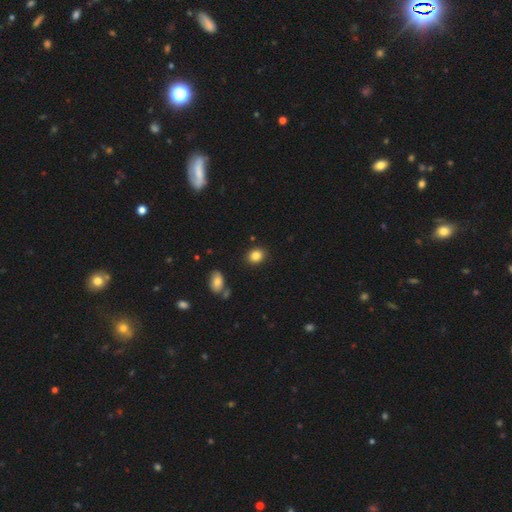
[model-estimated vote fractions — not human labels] smooth 85%, star or artifact 10%, featured or disk 5%. Down the decision tree: how rounded — round (57%); merging — none (88%).